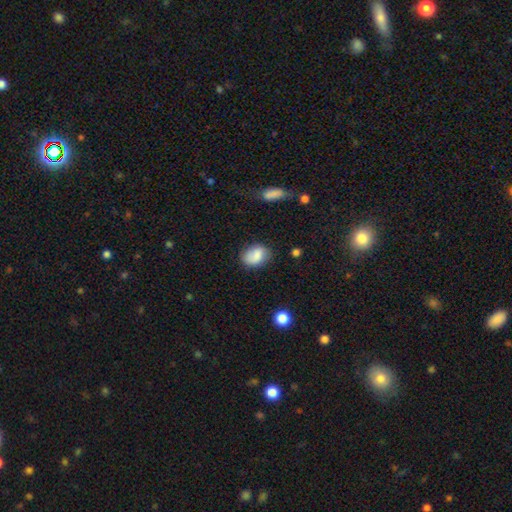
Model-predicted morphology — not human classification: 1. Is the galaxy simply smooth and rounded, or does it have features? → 81% smooth, 11% featured or disk, 8% star or artifact.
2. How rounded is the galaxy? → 72% in between, 27% round, 1% cigar-shaped.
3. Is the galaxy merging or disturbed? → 67% none, 23% minor disturbance, 6% major disturbance, 4% merger.